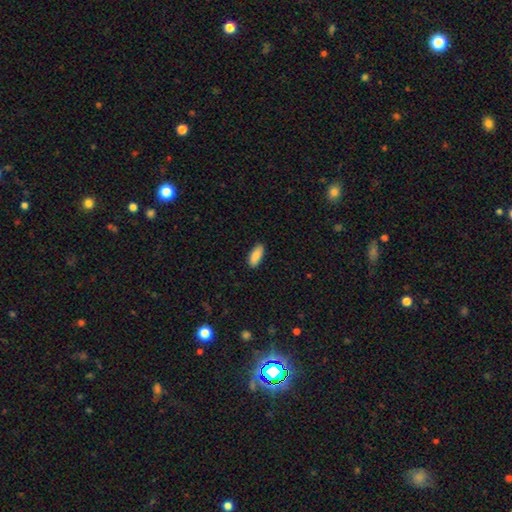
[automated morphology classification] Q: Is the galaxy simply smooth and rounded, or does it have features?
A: smooth — 88%.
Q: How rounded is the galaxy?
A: in between — 82%.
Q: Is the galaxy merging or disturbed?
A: none — 88%.